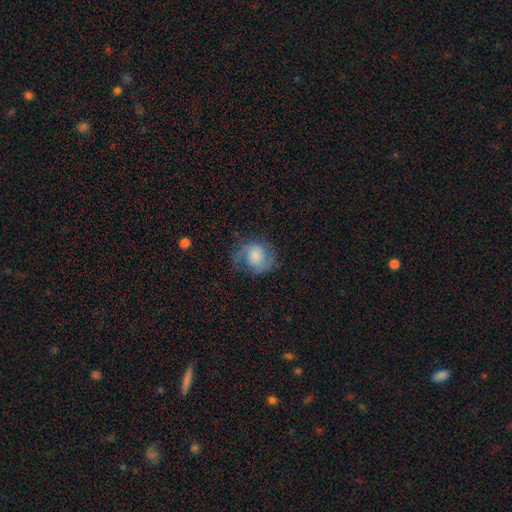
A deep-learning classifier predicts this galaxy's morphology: Q: Smooth or featured?
A: featured or disk (48%); runner-up: smooth (44%)
Q: Merging?
A: none (61%); runner-up: minor disturbance (22%)